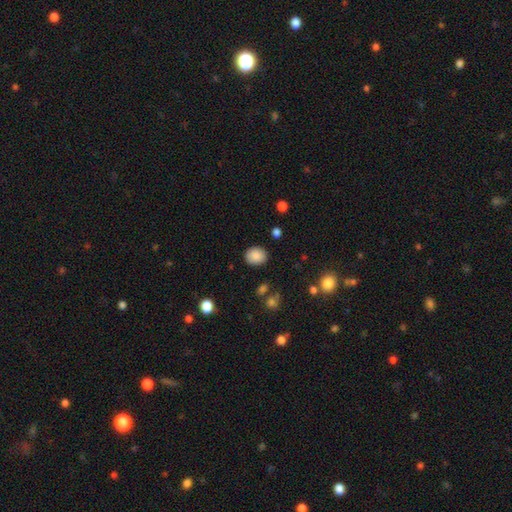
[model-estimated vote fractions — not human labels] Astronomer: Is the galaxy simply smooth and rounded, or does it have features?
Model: smooth — 87%.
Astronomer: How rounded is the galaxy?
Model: round — 57% (runner-up: in between, 42%).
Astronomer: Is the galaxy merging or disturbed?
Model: none — 86%.